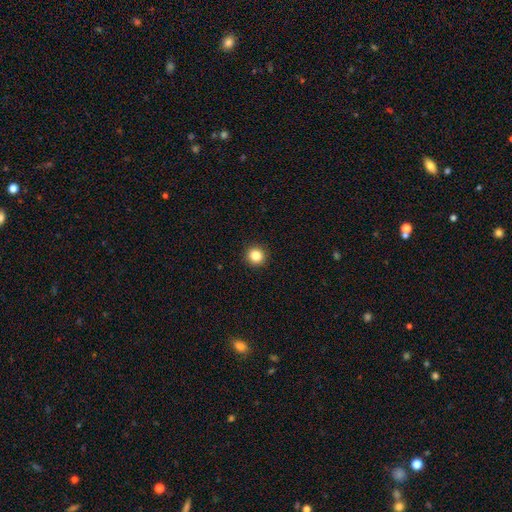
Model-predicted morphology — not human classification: This is clearly a smooth galaxy (84%). How rounded: clearly round (94%). Merging: clearly none (93%).